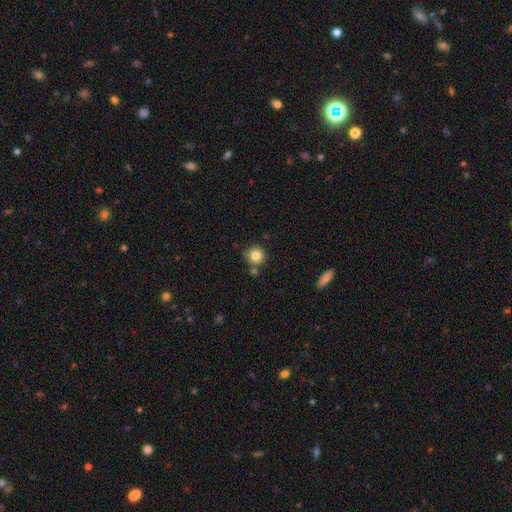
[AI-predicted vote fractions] A smooth galaxy with no disk features (82%) that is round (93%).

Vote fractions:
- Smooth or featured? smooth: 82% / star or artifact: 10% / featured or disk: 8%
- How rounded? round: 93% / in between: 6% / cigar-shaped: 1%
- Merging? none: 73% / merger: 13% / minor disturbance: 11% / major disturbance: 3%